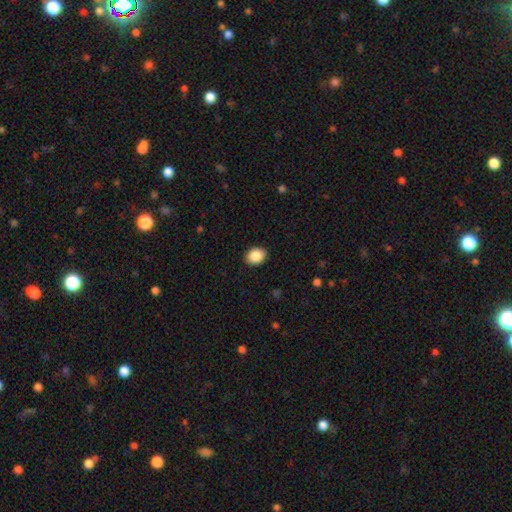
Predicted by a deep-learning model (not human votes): Overall: smooth (88%). How rounded: in between (58%; round 41%). Merging: none (91%).